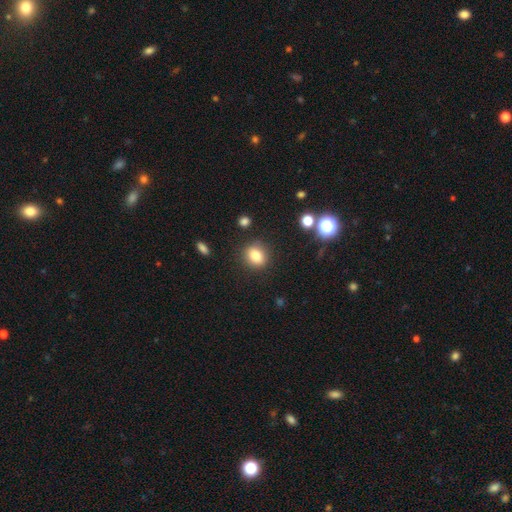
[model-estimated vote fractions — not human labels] The model was most divided on "how rounded": round: 56%, in between: 43%, cigar-shaped: 1%. More confident: merging — none (85%); smooth or featured — smooth (81%).